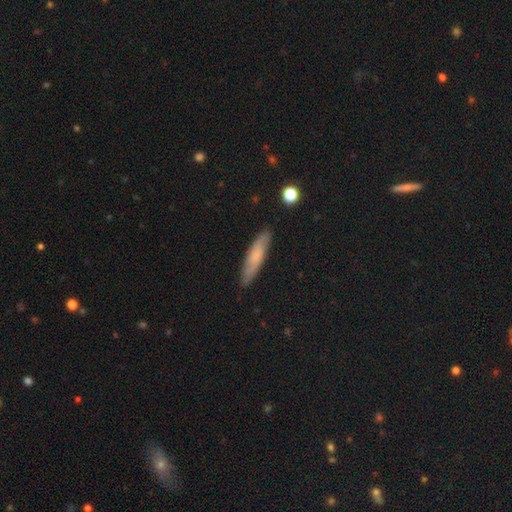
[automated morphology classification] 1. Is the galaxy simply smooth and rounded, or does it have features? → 65% smooth, 29% featured or disk, 7% star or artifact.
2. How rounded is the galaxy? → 81% cigar-shaped, 18% in between, 2% round.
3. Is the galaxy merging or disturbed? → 85% none, 12% minor disturbance, 2% major disturbance, 1% merger.